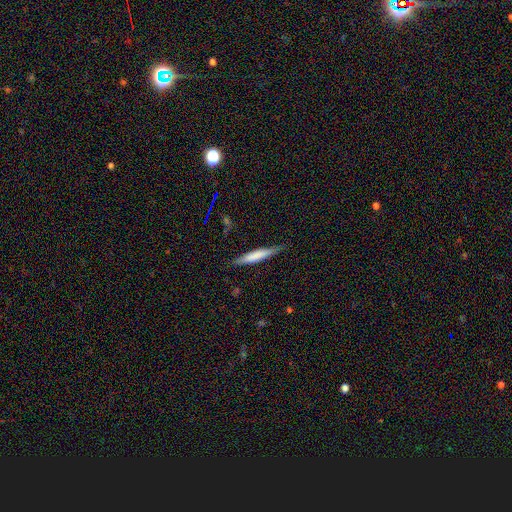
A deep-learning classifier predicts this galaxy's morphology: type=smooth (64%); roundness=cigar-shaped (92%); merging=none (82%).